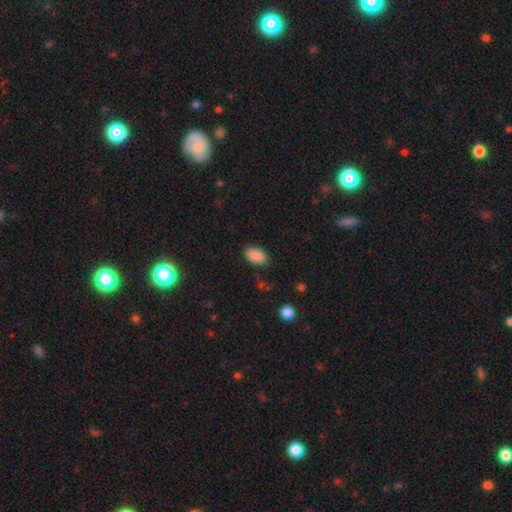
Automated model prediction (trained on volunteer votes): Smooth or featured: smooth — 88% (star or artifact — 7%)
How rounded: in between — 93% (round — 5%)
Merging: none — 82% (minor disturbance — 13%)